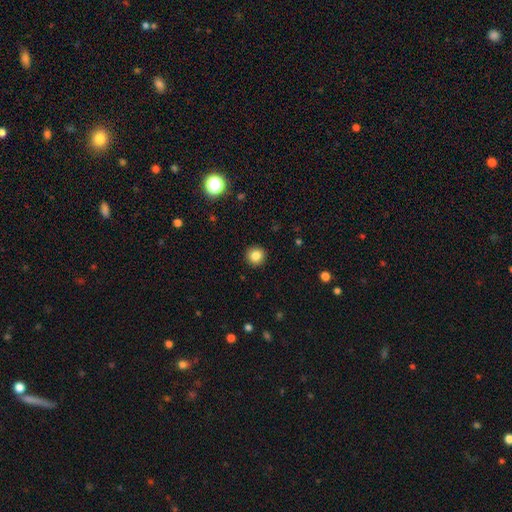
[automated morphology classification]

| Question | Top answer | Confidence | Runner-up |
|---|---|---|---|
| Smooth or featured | smooth | 84% | star or artifact (11%) |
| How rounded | round | 93% | in between (6%) |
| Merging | none | 92% | minor disturbance (5%) |